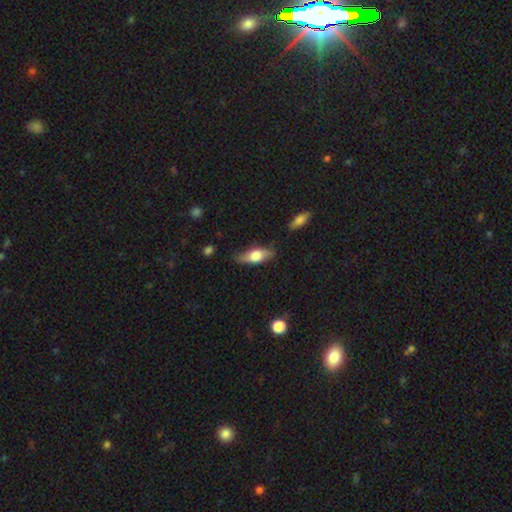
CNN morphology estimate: smooth_or_featured: smooth (p=0.55) [alt: featured or disk p=0.38]
how_rounded: in between (p=0.67) [alt: cigar-shaped p=0.29]
merging: none (p=0.77) [alt: minor disturbance p=0.17]